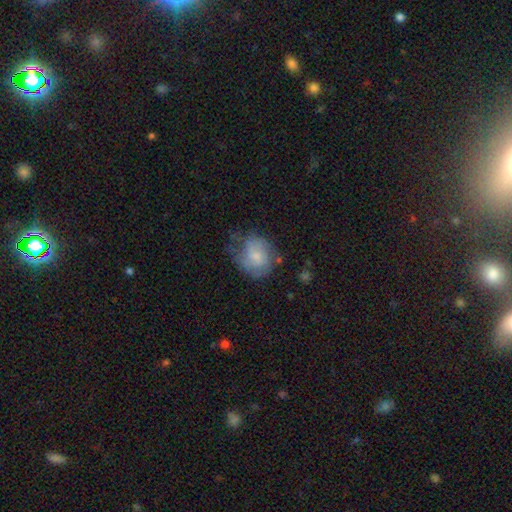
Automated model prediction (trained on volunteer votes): smooth_or_featured: smooth (p=0.52) [alt: featured or disk p=0.40]
how_rounded: round (p=0.66) [alt: in between p=0.33]
merging: none (p=0.46) [alt: minor disturbance p=0.32]